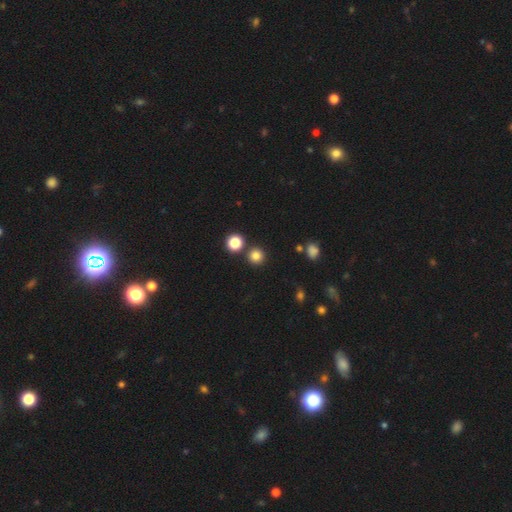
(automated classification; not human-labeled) This appears to be a smooth galaxy with no disk features (81%) that is round (94%). Merging: none (84%).